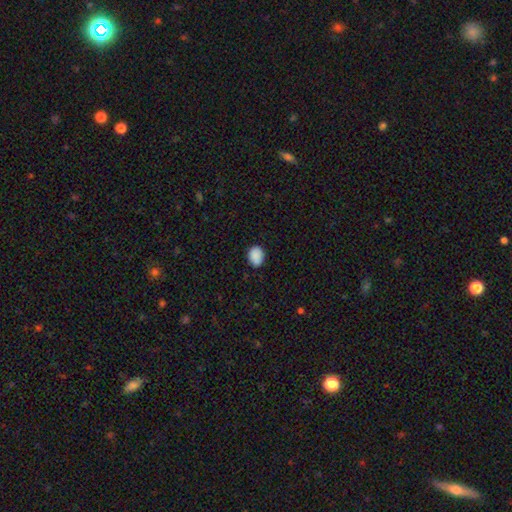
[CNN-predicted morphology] The model was most divided on "how rounded": in between: 62%, round: 37%, cigar-shaped: 1%. More confident: smooth or featured — smooth (89%); merging — none (82%).